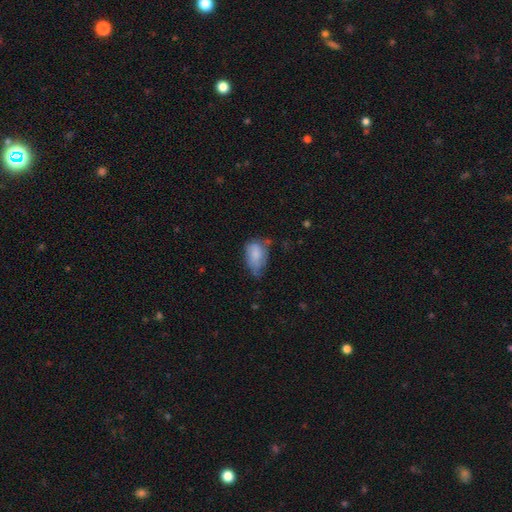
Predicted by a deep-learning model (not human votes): A smooth galaxy with no disk features (76%) that is in between round and cigar-shaped (88%). Merging: minor disturbance (44%).